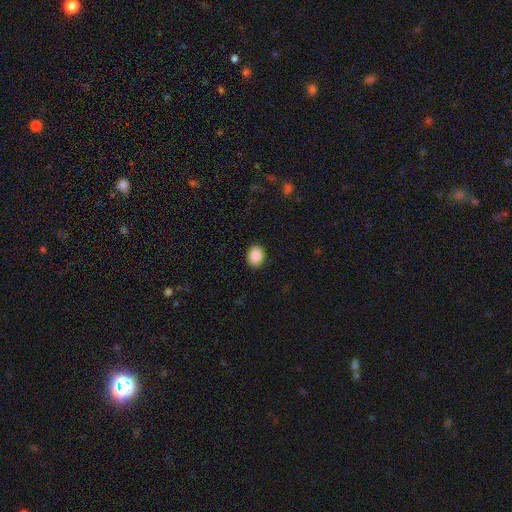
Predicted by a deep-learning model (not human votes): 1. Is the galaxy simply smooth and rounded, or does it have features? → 89% smooth, 8% star or artifact, 3% featured or disk.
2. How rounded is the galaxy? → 56% in between, 43% round, 1% cigar-shaped.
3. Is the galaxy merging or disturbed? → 89% none, 8% minor disturbance, 2% major disturbance, 1% merger.